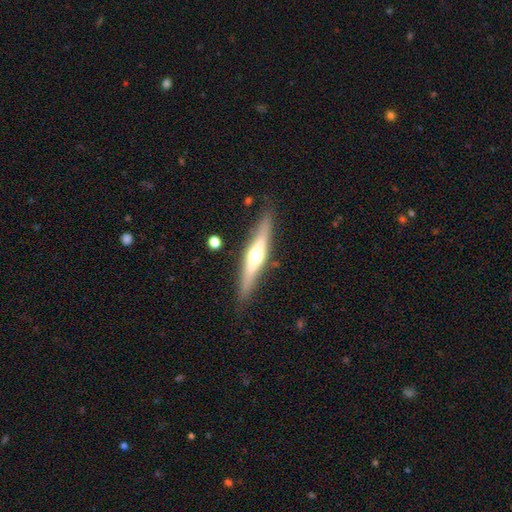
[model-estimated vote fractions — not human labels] A featured or disk galaxy (64%) viewed edge-on (94%) with a rounded central bulge (91%). Merging: none (87%).